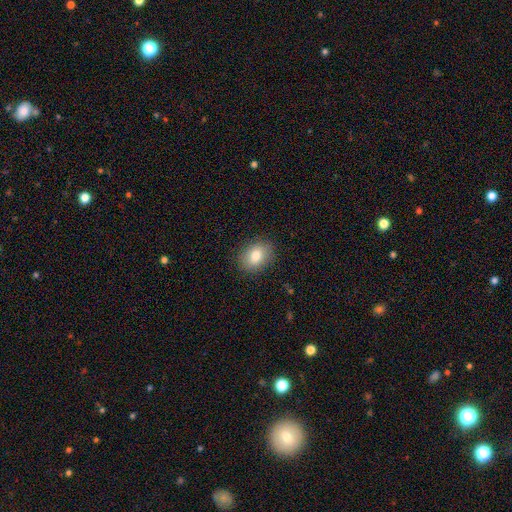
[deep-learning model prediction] This appears to be a smooth galaxy with no disk features (82%) that is in between round and cigar-shaped (66%). Merging: none (87%).